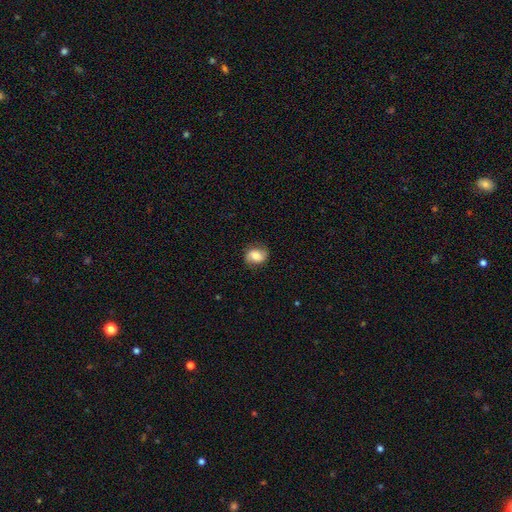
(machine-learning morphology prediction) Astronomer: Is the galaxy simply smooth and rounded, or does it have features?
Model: smooth — 53% (runner-up: featured or disk, 38%).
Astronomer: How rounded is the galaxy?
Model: in between — 51% (runner-up: round, 47%).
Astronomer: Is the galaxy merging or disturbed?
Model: none — 80%.